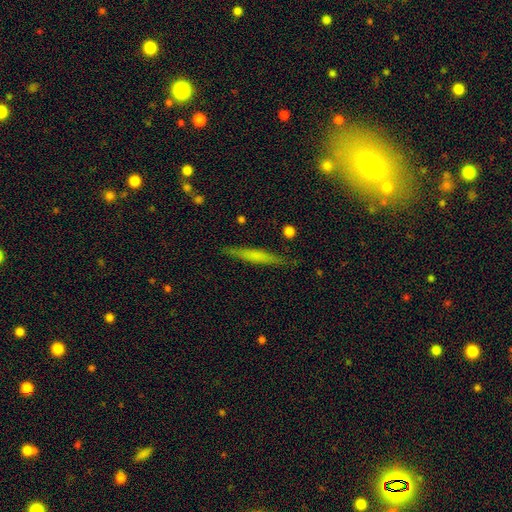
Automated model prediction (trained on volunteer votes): This appears to be a smooth galaxy with no disk features (53%) that is cigar-shaped (94%). Merging: none (88%).